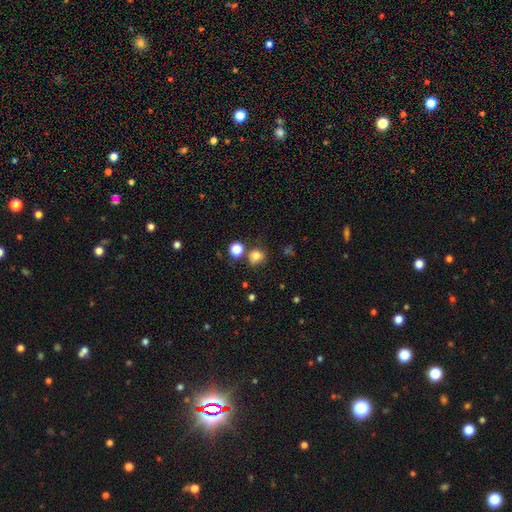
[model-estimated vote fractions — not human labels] This is likely a smooth galaxy (79%). How rounded: likely round (80%). Merging: likely none (70%).